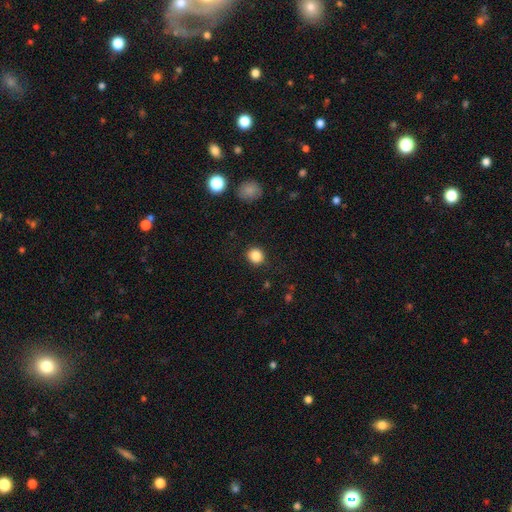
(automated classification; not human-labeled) smooth-or-featured: smooth: 85% | star or artifact: 11% | featured or disk: 4%
  how-rounded: round: 86% | in between: 13% | cigar-shaped: 1%
  merging: none: 89% | minor disturbance: 7% | major disturbance: 3% | merger: 1%